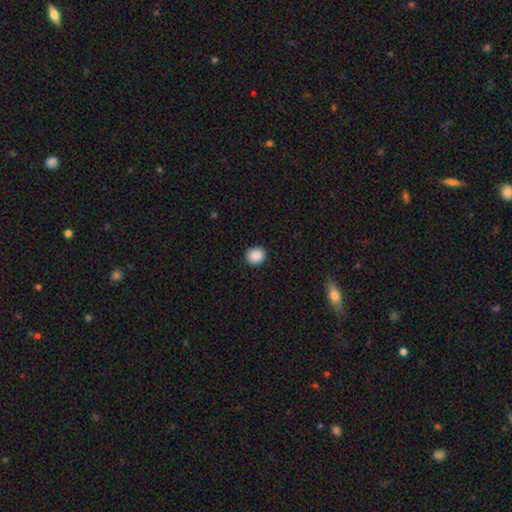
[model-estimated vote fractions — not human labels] Overall: smooth (89%). How rounded: round (82%). Merging: none (91%).